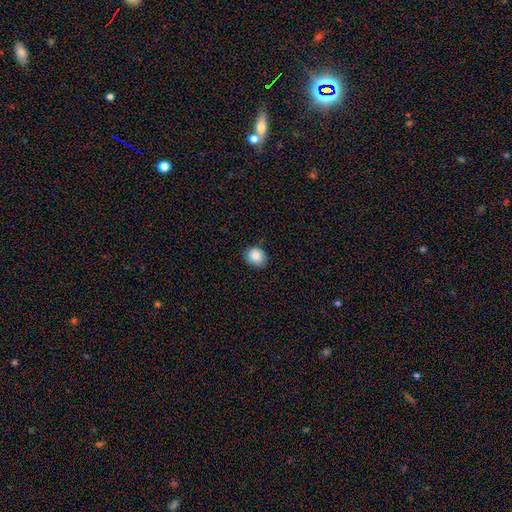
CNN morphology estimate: Overall: smooth (87%). How rounded: round (68%; in between 31%). Merging: none (84%).